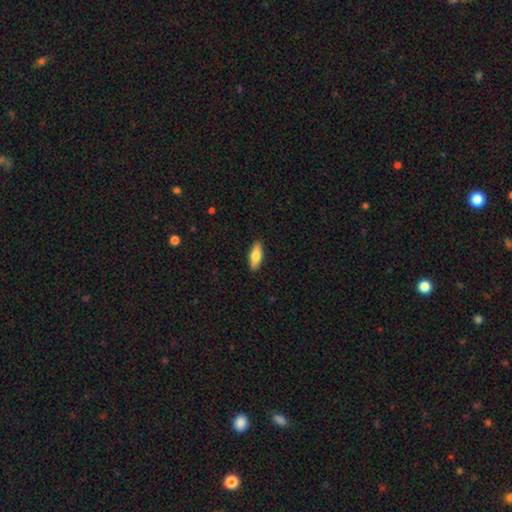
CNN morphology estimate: type=smooth (73%); roundness=in between (65%); merging=none (90%).